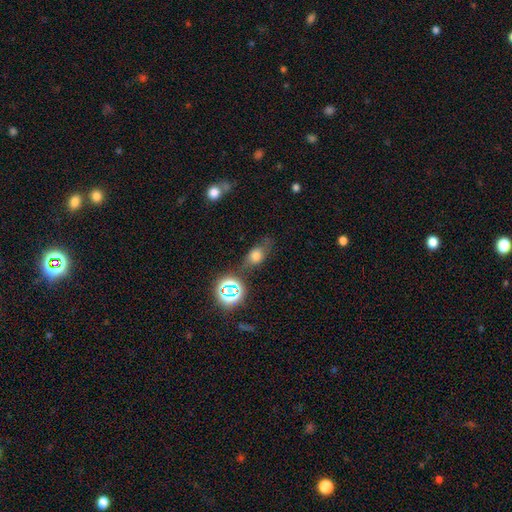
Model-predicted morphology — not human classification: This is likely a smooth galaxy (60%). How rounded: likely in between (68%). Merging: possibly none (59%).